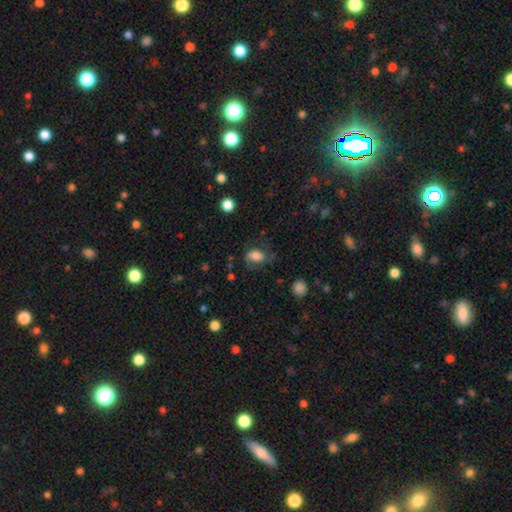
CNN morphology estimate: A smooth galaxy with no disk features (61%) that is in between round and cigar-shaped (77%). Merging: none (53%).